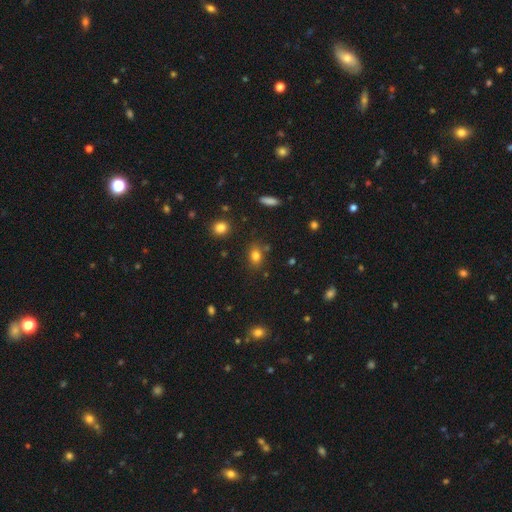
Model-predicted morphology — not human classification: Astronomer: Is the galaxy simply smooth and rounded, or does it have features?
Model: smooth — 79%.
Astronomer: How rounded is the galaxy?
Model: in between — 68%.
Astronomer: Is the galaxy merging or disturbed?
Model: none — 78%.